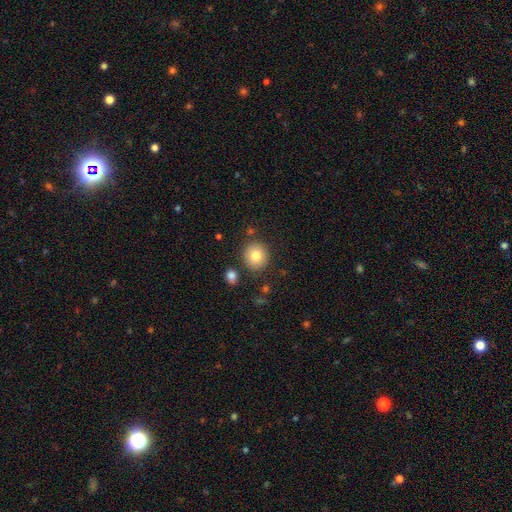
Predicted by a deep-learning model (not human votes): Smooth or featured? smooth (80%)
How rounded? round (89%)
Merging? none (85%)